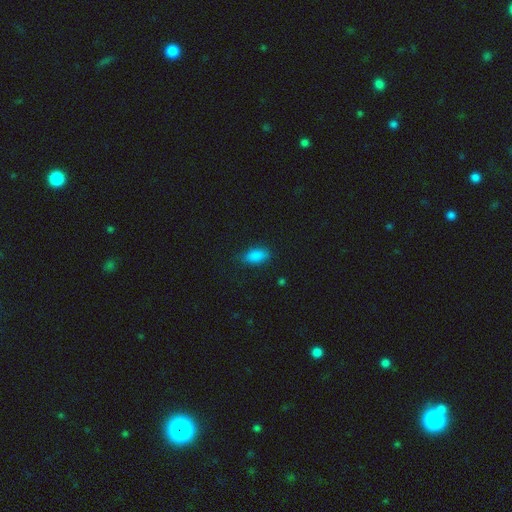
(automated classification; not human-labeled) This appears to be a smooth galaxy with no disk features (86%) that is in between round and cigar-shaped (88%). Merging: none (81%).